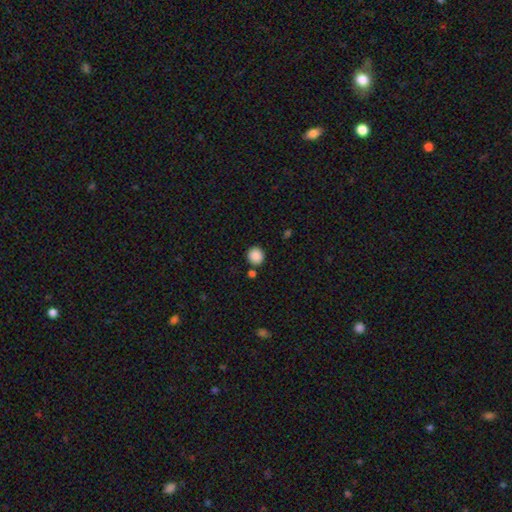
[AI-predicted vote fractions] The model was most divided on "merging": none: 83%, minor disturbance: 8%, merger: 6%, major disturbance: 3%. More confident: how rounded — round (90%); smooth or featured — smooth (88%).